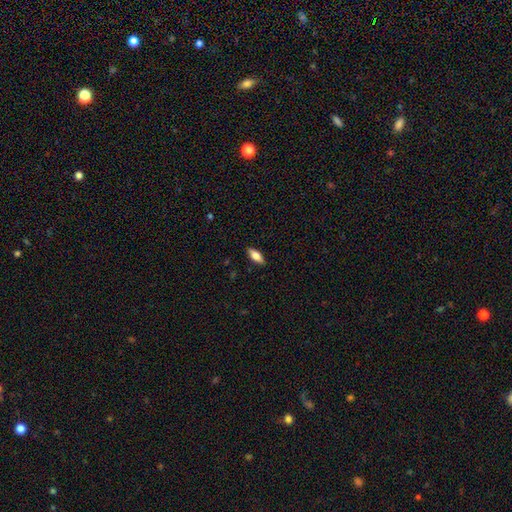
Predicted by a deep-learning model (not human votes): Morphology: type=smooth (76%); roundness=in between (79%); merging=none (88%).